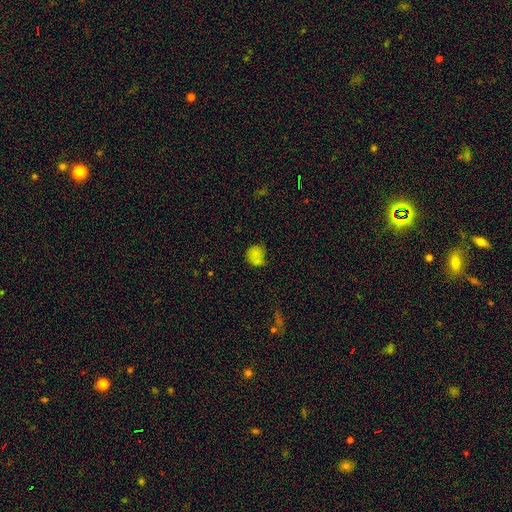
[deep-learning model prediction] smooth 76%, star or artifact 12%, featured or disk 12%. Down the decision tree: how rounded — round (82%); merging — none (52%).